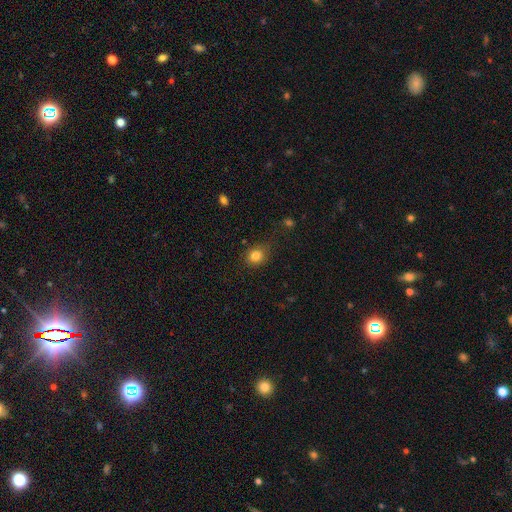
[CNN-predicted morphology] Smooth or featured?
  - smooth: 83% *
  - star or artifact: 11%
  - featured or disk: 6%
How rounded?
  - round: 73% *
  - in between: 26%
  - cigar-shaped: 1%
Merging?
  - none: 76% *
  - minor disturbance: 17%
  - major disturbance: 5%
  - merger: 2%